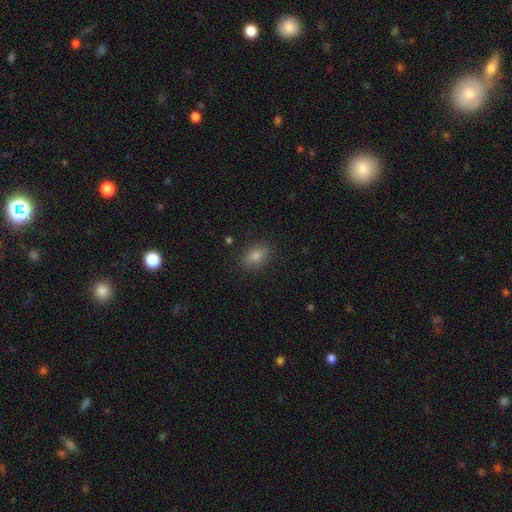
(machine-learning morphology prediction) A smooth galaxy with no disk features (79%) that is in between round and cigar-shaped (70%). Merging: none (87%).